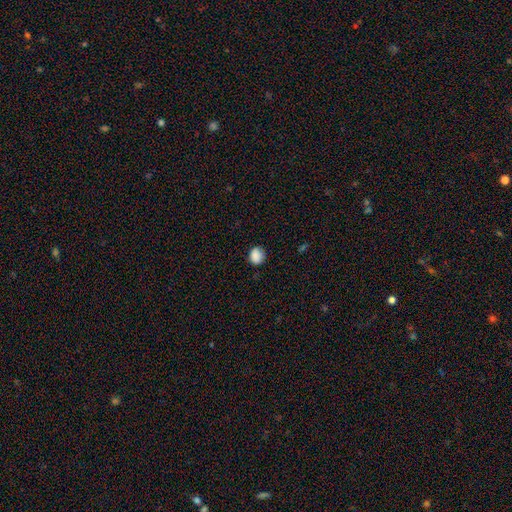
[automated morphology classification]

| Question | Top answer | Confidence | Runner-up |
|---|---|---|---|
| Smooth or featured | smooth | 87% | star or artifact (9%) |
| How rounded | round | 75% | in between (24%) |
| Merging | none | 81% | minor disturbance (15%) |